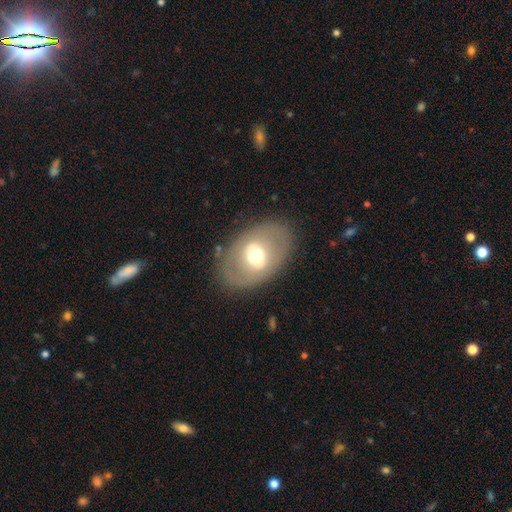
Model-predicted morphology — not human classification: Overall: smooth (47%; featured or disk 45%). Merging: none (81%).